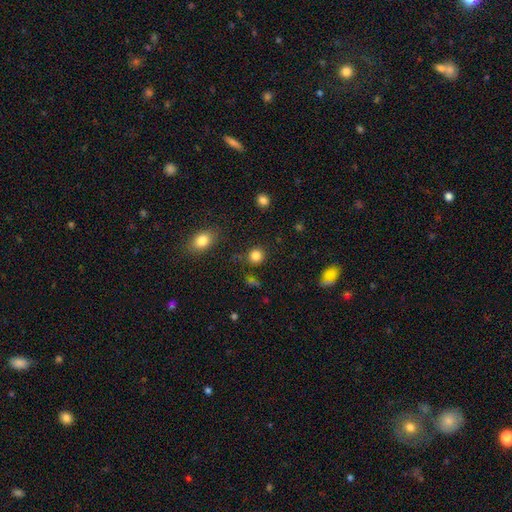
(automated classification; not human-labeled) smooth-or-featured: smooth: 84% | star or artifact: 12% | featured or disk: 4%
  how-rounded: round: 90% | in between: 9% | cigar-shaped: 1%
  merging: none: 86% | minor disturbance: 8% | merger: 3% | major disturbance: 3%